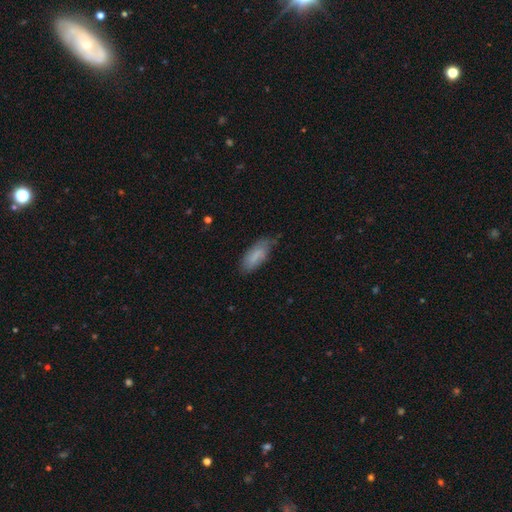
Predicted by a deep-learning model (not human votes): smooth_or_featured: smooth (p=0.77) [alt: featured or disk p=0.17]
how_rounded: in between (p=0.77) [alt: cigar-shaped p=0.21]
merging: none (p=0.63) [alt: minor disturbance p=0.29]